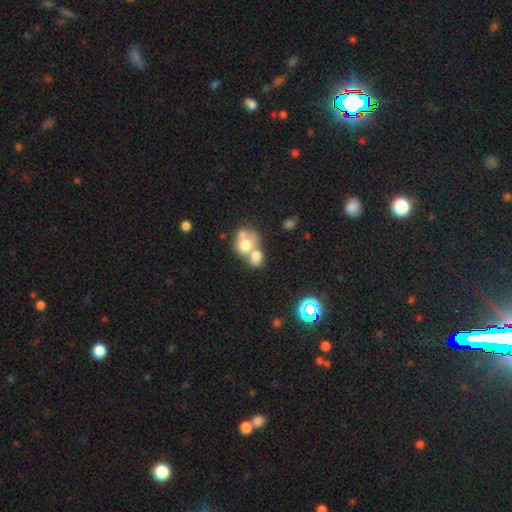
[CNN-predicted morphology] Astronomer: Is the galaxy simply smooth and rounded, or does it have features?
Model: smooth — 67%.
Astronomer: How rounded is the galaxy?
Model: round — 55% (runner-up: in between, 44%).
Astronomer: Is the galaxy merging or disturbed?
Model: merger — 66%.